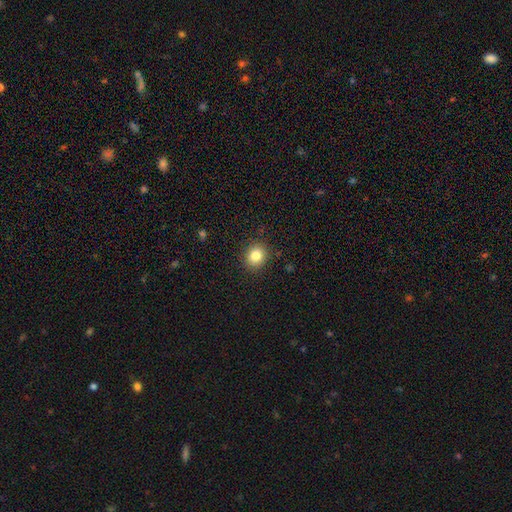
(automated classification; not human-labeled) Smooth or featured? Predicted: smooth (p=0.83). How rounded? Predicted: round (p=0.76). Merging? Predicted: none (p=0.89).